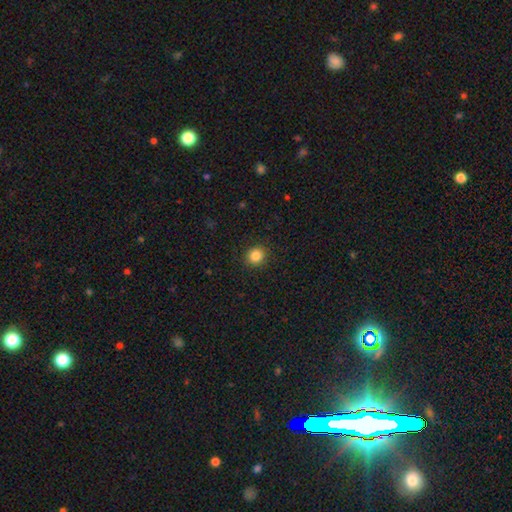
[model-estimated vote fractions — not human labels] Smooth or featured? smooth (85%)
How rounded? round (87%)
Merging? none (91%)